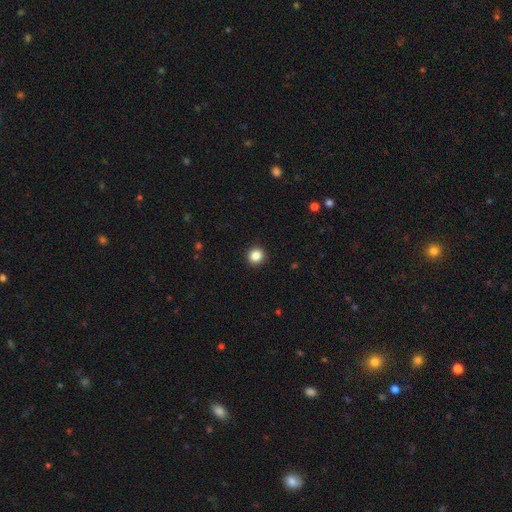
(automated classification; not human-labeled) Smooth or featured? smooth (85%)
How rounded? round (91%)
Merging? none (93%)